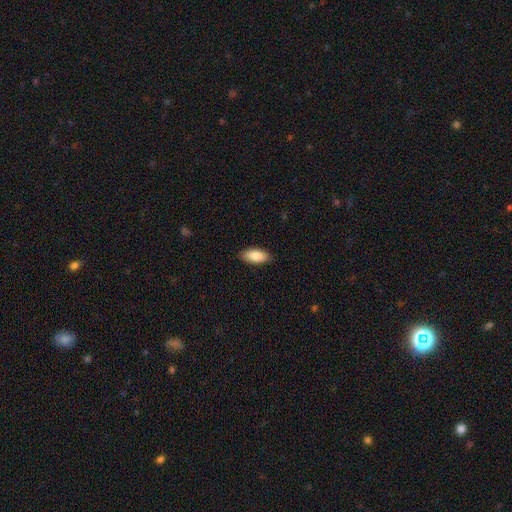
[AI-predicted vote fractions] A smooth galaxy with no disk features (86%) that is in between round and cigar-shaped (85%). Merging: none (88%).